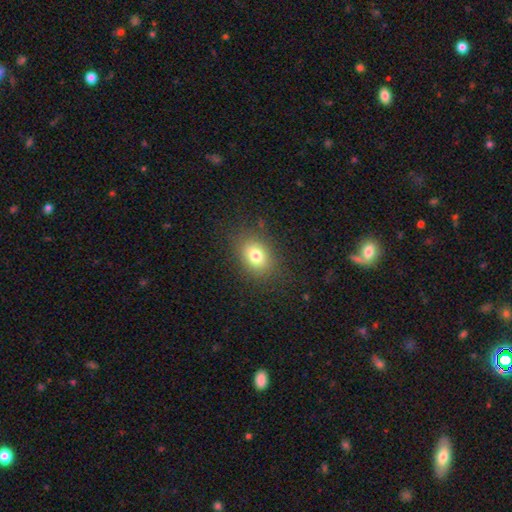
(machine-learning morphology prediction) type=smooth (77%); roundness=in between (61%); merging=none (84%).